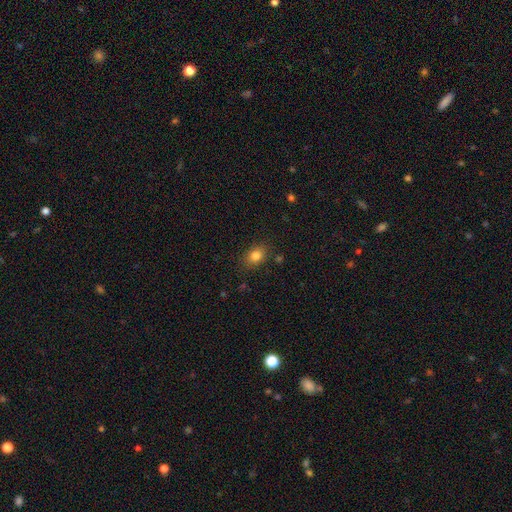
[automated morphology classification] Smooth or featured? Predicted: smooth (p=0.82). How rounded? Predicted: in between (p=0.65). Merging? Predicted: none (p=0.83).